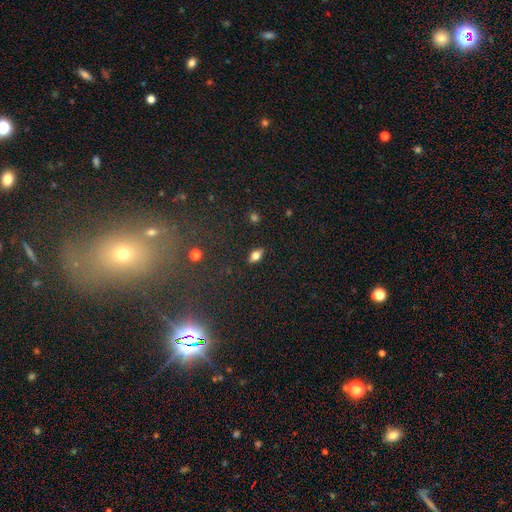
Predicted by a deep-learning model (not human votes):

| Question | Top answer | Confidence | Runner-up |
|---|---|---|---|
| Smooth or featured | smooth | 74% | featured or disk (16%) |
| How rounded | in between | 88% | round (6%) |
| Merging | none | 88% | minor disturbance (9%) |